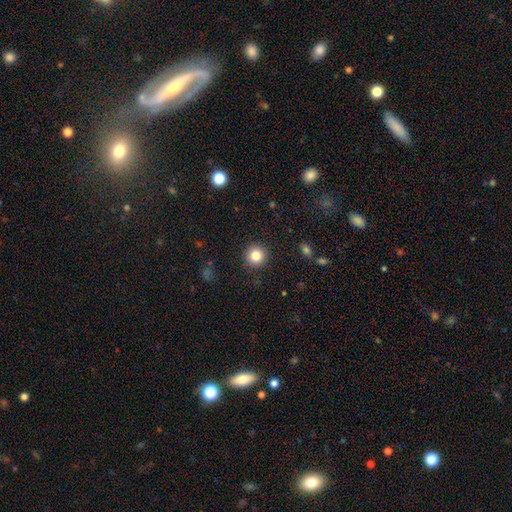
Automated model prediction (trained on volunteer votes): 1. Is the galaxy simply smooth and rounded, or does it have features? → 84% smooth, 10% star or artifact, 6% featured or disk.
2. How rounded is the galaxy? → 94% round, 5% in between, 1% cigar-shaped.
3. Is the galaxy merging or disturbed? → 91% none, 6% minor disturbance, 2% major disturbance, 1% merger.